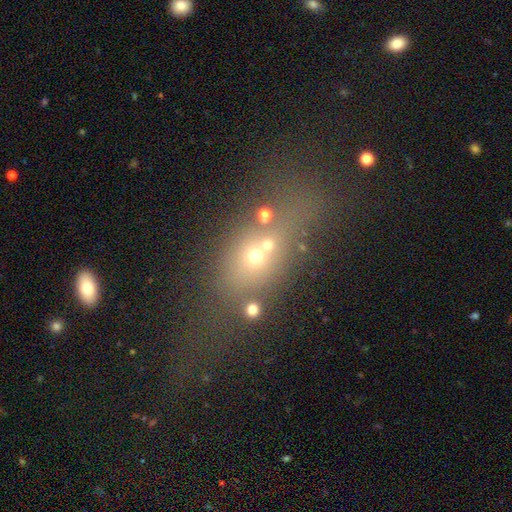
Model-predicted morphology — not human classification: Smooth or featured? smooth (50%)
Merging? merger (38%)